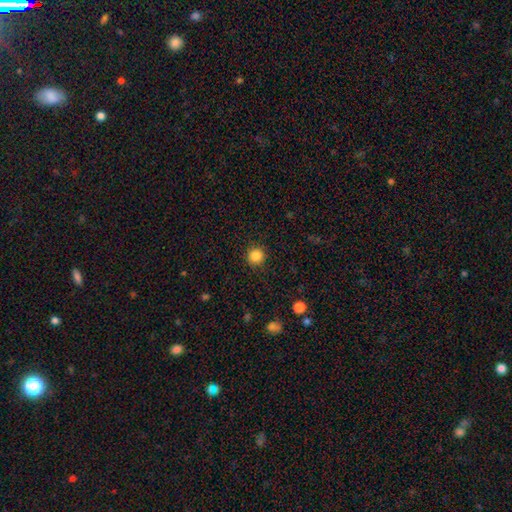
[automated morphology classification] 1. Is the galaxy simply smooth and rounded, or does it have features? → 86% smooth, 11% star or artifact, 3% featured or disk.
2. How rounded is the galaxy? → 94% round, 5% in between, 1% cigar-shaped.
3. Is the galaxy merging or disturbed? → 91% none, 6% minor disturbance, 2% major disturbance, 1% merger.